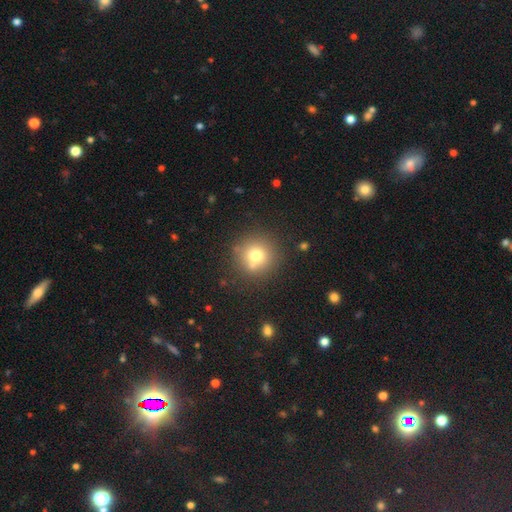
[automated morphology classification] Smooth or featured? smooth (70%)
How rounded? round (93%)
Merging? none (77%)